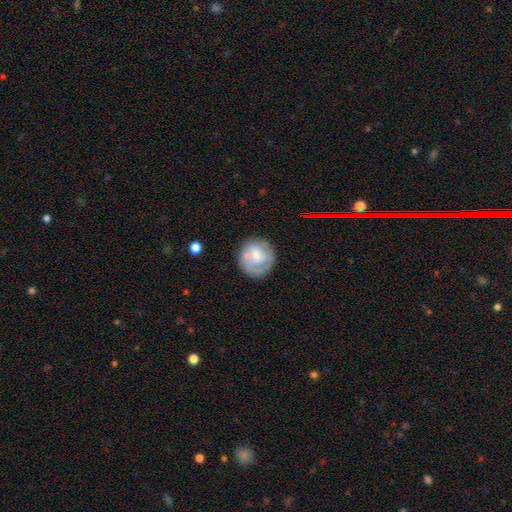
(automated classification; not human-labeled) Smooth or featured?
  - smooth: 52% *
  - featured or disk: 40%
  - star or artifact: 8%
How rounded?
  - round: 84% *
  - in between: 15%
  - cigar-shaped: 1%
Merging?
  - none: 64% *
  - minor disturbance: 19%
  - major disturbance: 10%
  - merger: 8%